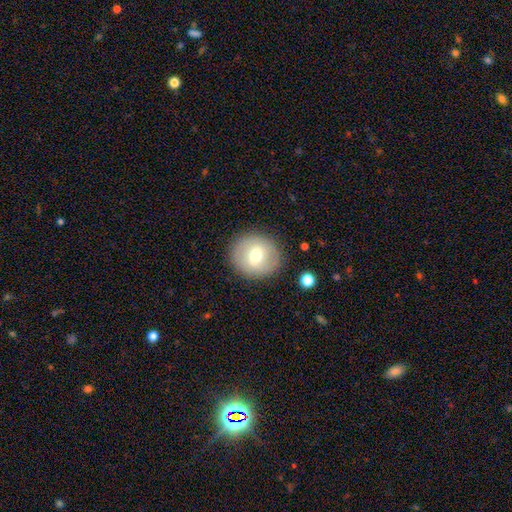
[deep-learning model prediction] This appears to be a smooth galaxy with no disk features (60%) that is round (84%). Merging: none (87%).